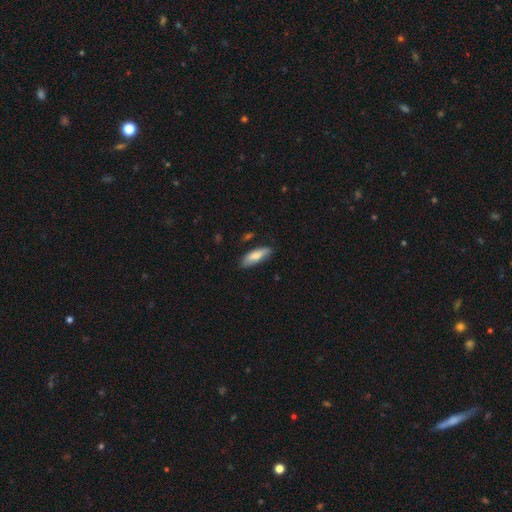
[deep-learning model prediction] smooth-or-featured: smooth: 78% | featured or disk: 16% | star or artifact: 6%
  how-rounded: in between: 54% | cigar-shaped: 44% | round: 2%
  merging: none: 79% | minor disturbance: 17% | major disturbance: 3% | merger: 2%